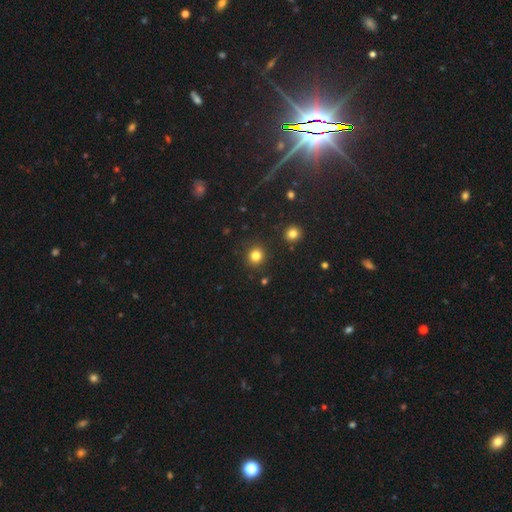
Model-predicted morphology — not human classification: type=smooth (81%); roundness=round (89%); merging=none (89%).